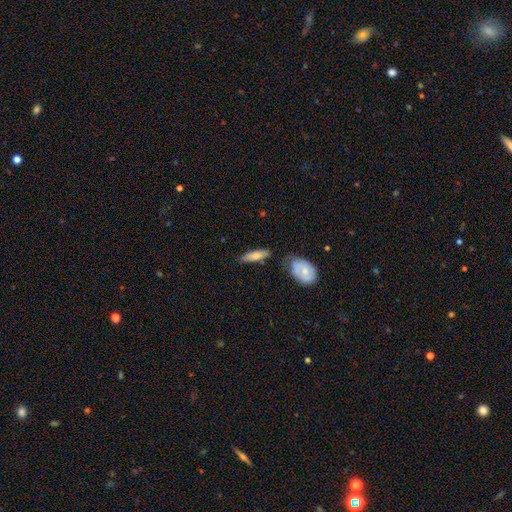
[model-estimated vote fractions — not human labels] Q: Smooth or featured?
A: smooth (71%); runner-up: featured or disk (22%)
Q: How rounded?
A: cigar-shaped (54%); runner-up: in between (43%)
Q: Merging?
A: none (67%); runner-up: minor disturbance (19%)